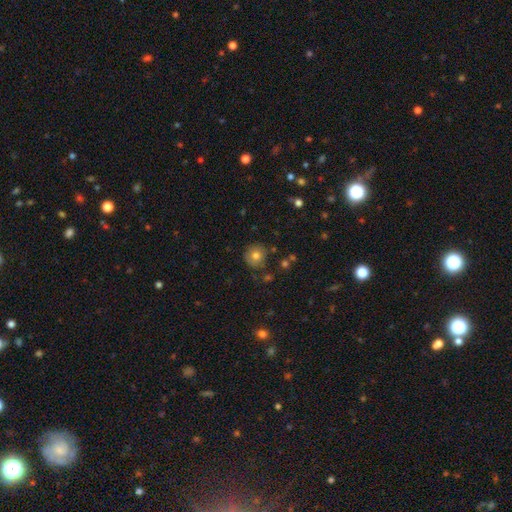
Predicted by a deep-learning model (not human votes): A smooth galaxy with no disk features (77%) that is round (92%). Merging: none (84%).